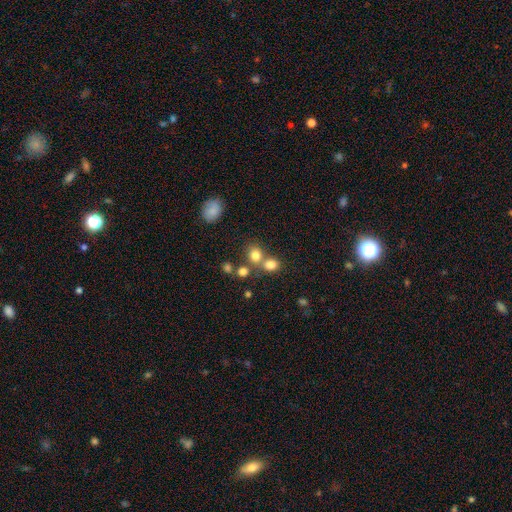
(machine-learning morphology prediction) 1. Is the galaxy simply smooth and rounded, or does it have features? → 77% smooth, 14% star or artifact, 9% featured or disk.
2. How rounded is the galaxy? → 70% round, 29% in between, 1% cigar-shaped.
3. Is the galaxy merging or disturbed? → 49% none, 40% merger, 8% minor disturbance, 4% major disturbance.